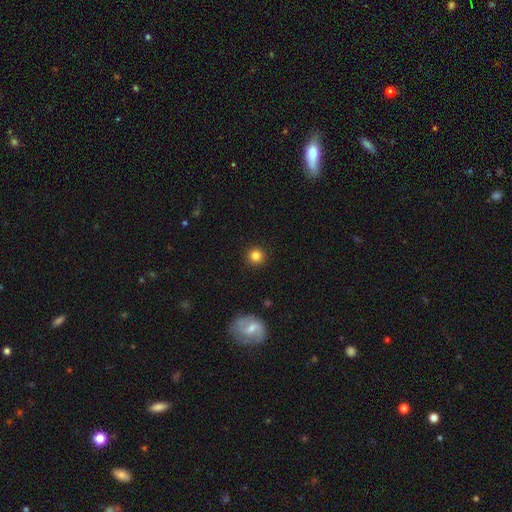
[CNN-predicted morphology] A smooth galaxy with no disk features (83%) that is round (94%). Merging: none (92%).